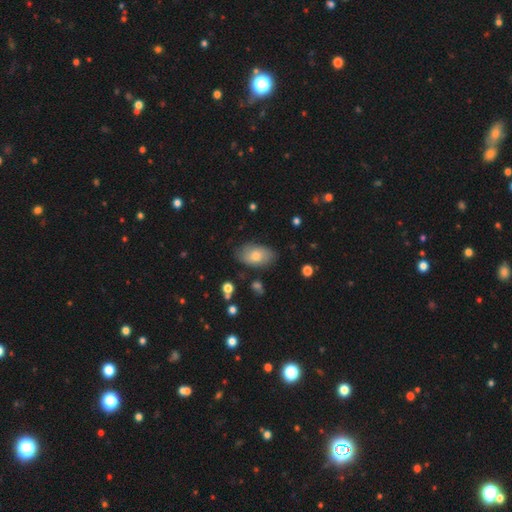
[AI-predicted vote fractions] The model was most divided on "smooth or featured": smooth: 68%, featured or disk: 24%, star or artifact: 8%. More confident: how rounded — in between (92%); merging — none (75%).